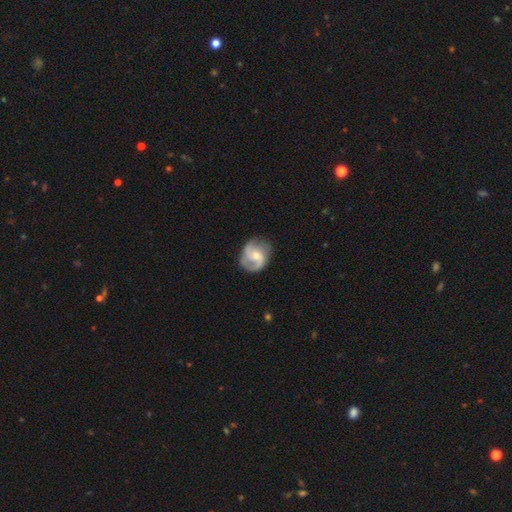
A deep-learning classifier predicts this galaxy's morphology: Smooth or featured: featured or disk — 78% (smooth — 16%)
Edge-on disk: no — 98% (yes — 2%)
Bar: no — 55% (weak — 36%)
Spiral arms: yes — 94% (no — 6%)
Spiral winding: medium — 49% (loose — 30%)
Spiral arm count: 2 — 65% (3 — 17%)
Bulge size: moderate — 51% (small — 44%)
Merging: none — 71% (minor disturbance — 19%)